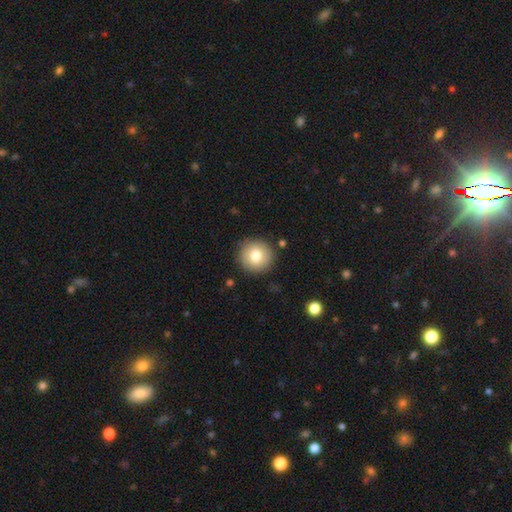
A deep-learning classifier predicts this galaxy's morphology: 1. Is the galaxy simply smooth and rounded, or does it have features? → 79% smooth, 12% featured or disk, 9% star or artifact.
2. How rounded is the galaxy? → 94% round, 5% in between, 1% cigar-shaped.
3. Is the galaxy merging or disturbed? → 90% none, 7% minor disturbance, 2% major disturbance, 2% merger.